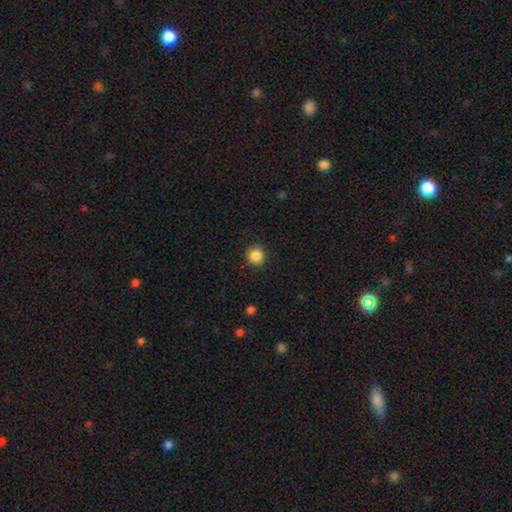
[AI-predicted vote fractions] A smooth galaxy with no disk features (86%) that is round (91%). Merging: none (91%).